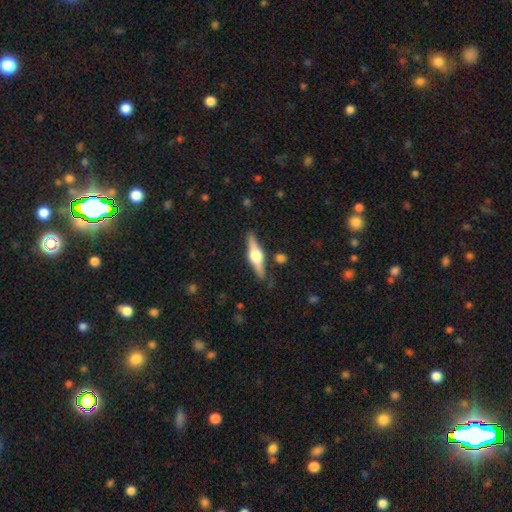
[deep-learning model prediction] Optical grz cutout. It shows a featured or disk galaxy (73%) viewed edge-on (97%) with a rounded central bulge (94%). Merging: none (86%).